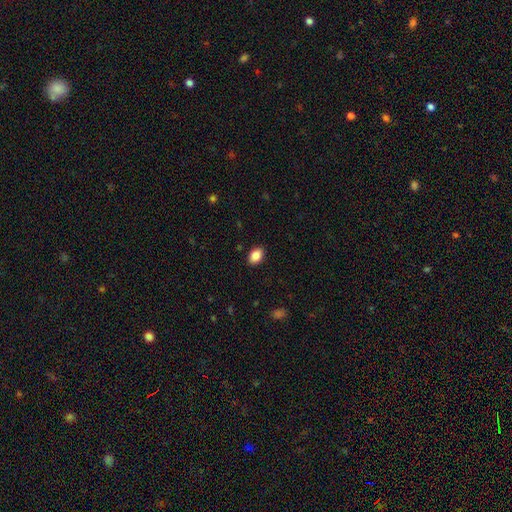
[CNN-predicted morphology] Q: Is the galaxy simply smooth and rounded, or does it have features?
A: smooth — 88%.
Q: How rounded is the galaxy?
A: in between — 80%.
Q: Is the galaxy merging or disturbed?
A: none — 89%.